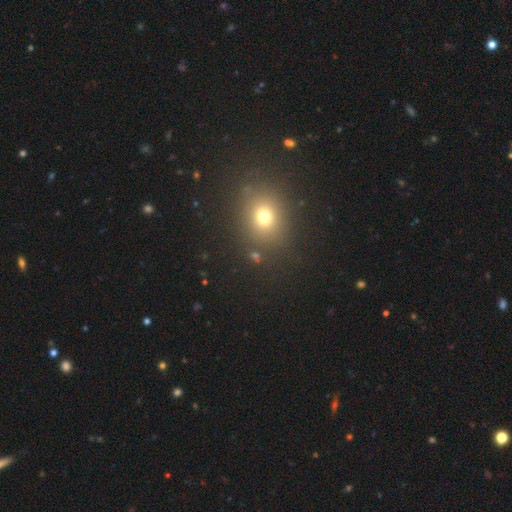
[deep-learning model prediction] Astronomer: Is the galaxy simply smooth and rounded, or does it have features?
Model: smooth — 67%.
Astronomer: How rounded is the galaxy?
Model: round — 63%.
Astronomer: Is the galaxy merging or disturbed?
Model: none — 85%.